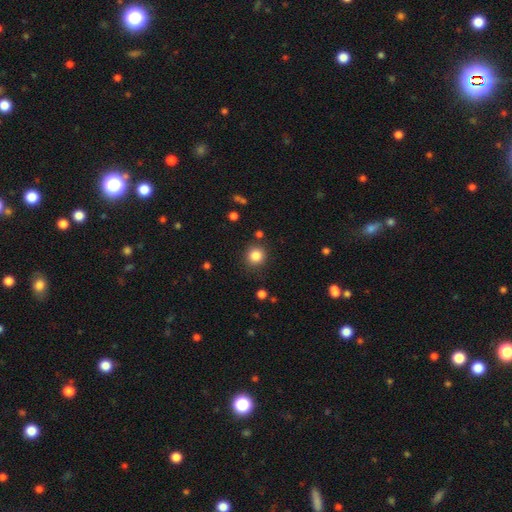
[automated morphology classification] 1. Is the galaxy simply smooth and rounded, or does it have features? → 84% smooth, 11% star or artifact, 5% featured or disk.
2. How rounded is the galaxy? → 91% round, 9% in between, 1% cigar-shaped.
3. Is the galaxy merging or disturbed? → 87% none, 8% minor disturbance, 3% merger, 3% major disturbance.